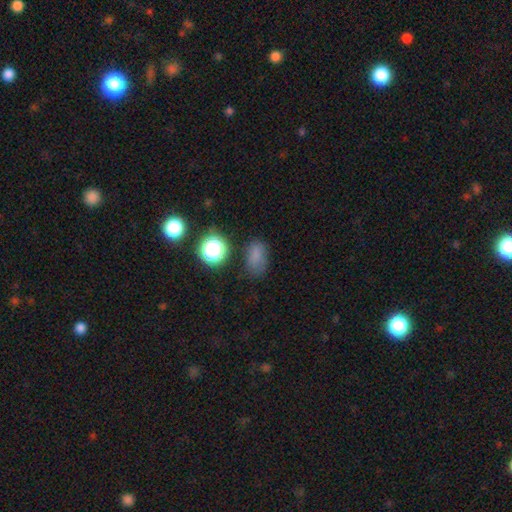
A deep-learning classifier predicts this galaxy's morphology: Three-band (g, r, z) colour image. It shows a smooth galaxy with no disk features (73%) that is in between round and cigar-shaped (79%). Merging: none (68%).